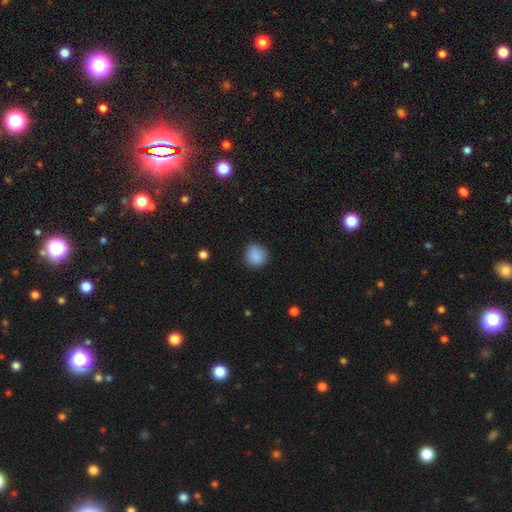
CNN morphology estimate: Q: Smooth or featured?
A: smooth (88%); runner-up: star or artifact (8%)
Q: How rounded?
A: round (86%); runner-up: in between (13%)
Q: Merging?
A: none (85%); runner-up: minor disturbance (12%)